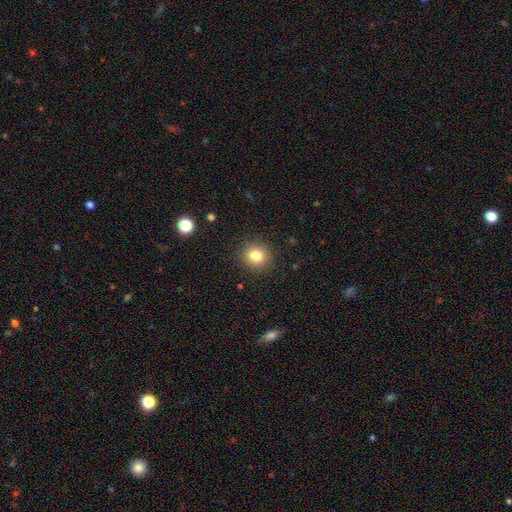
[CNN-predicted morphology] type=smooth (81%); roundness=round (89%); merging=none (90%).